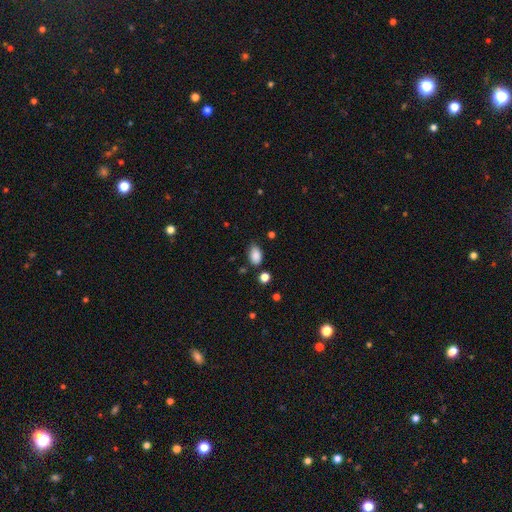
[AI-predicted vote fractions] Q: Smooth or featured?
A: smooth (87%); runner-up: star or artifact (9%)
Q: How rounded?
A: in between (90%); runner-up: round (8%)
Q: Merging?
A: none (73%); runner-up: minor disturbance (20%)